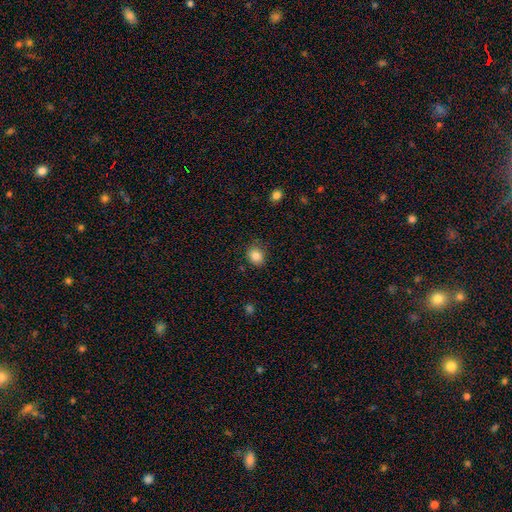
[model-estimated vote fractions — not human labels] Smooth or featured? Predicted: smooth (p=0.84). How rounded? Predicted: round (p=0.64). Merging? Predicted: none (p=0.83).